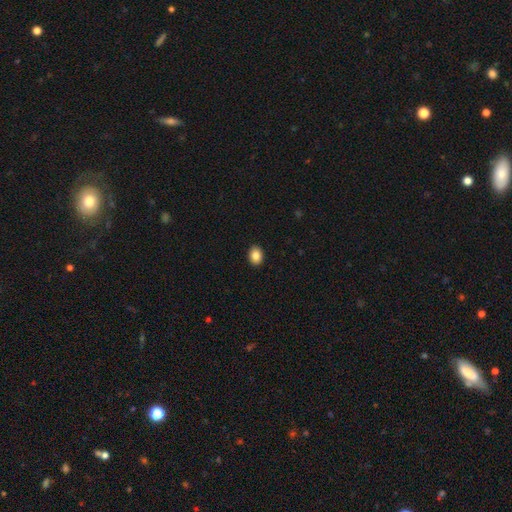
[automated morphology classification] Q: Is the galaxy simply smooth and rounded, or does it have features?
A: smooth — 87%.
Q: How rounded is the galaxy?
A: in between — 61%.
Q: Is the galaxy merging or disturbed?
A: none — 92%.